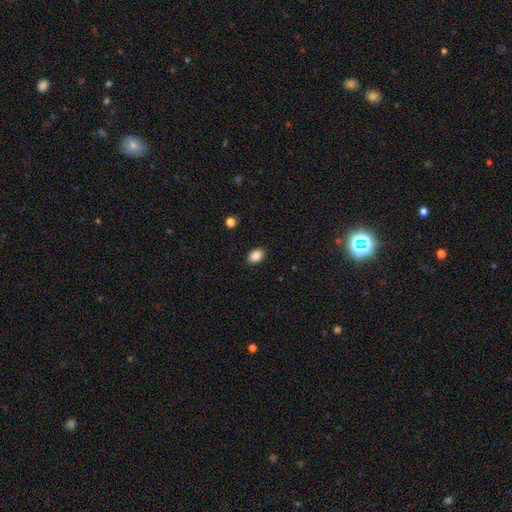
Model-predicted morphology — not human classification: Q: Smooth or featured?
A: smooth (87%); runner-up: star or artifact (8%)
Q: How rounded?
A: in between (81%); runner-up: round (18%)
Q: Merging?
A: none (89%); runner-up: minor disturbance (8%)